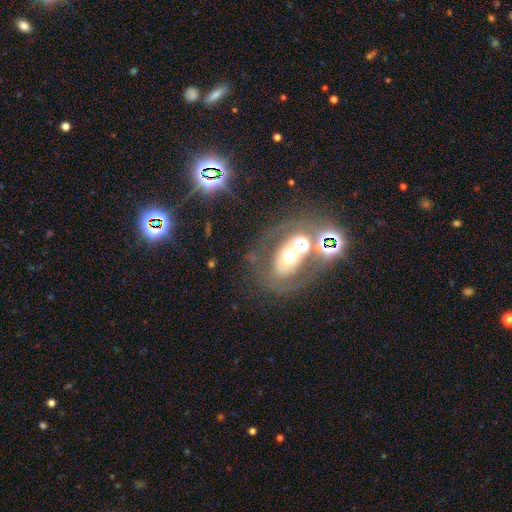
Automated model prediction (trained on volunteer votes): Smooth or featured? featured or disk (56%)
Edge-on disk? no (92%)
Bar? no (54%)
Spiral arms? yes (52%)
Bulge size? moderate (55%)
Merging? none (44%)